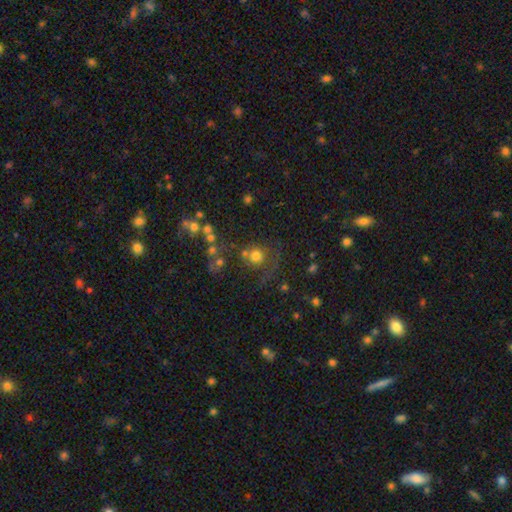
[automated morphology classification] type=smooth (67%); roundness=round (88%); merging=none (53%).